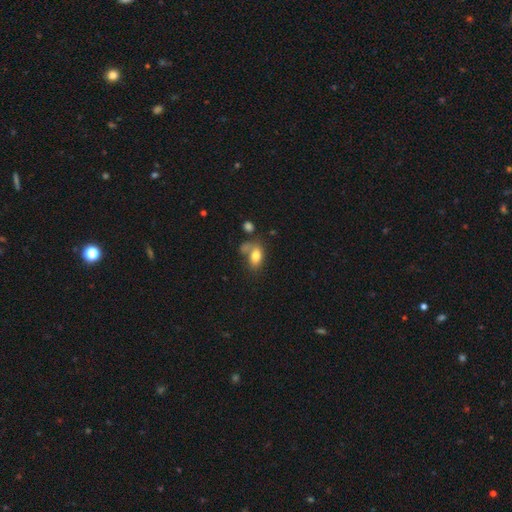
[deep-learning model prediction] Overall: smooth (78%). How rounded: in between (86%). Merging: none (44%; merger 22%).